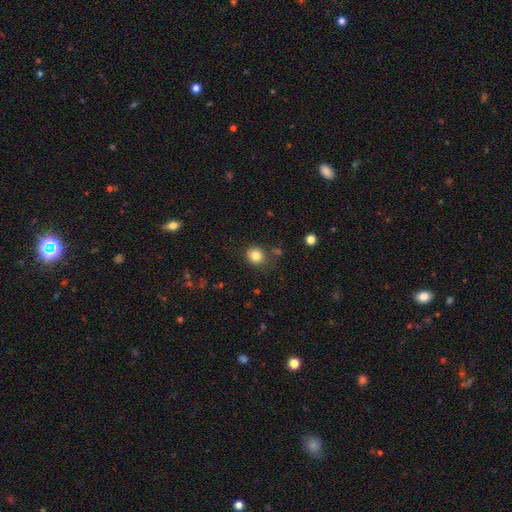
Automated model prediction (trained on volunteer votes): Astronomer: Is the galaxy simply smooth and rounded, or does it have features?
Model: smooth — 82%.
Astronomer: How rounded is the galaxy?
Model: round — 85%.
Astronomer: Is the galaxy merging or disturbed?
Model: none — 81%.